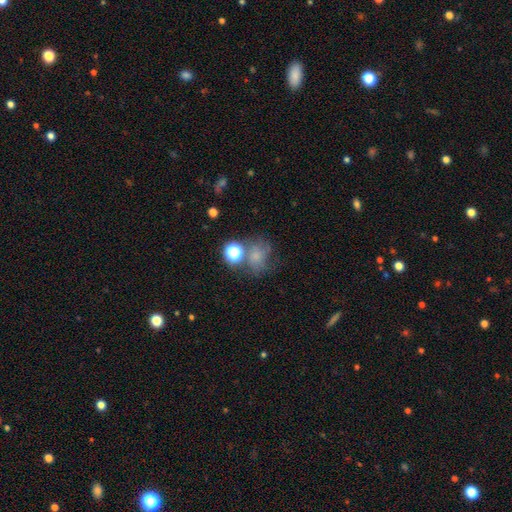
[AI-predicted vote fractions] Q: Smooth or featured?
A: smooth (62%); runner-up: star or artifact (19%)
Q: How rounded?
A: round (66%); runner-up: in between (33%)
Q: Merging?
A: none (46%); runner-up: minor disturbance (20%)